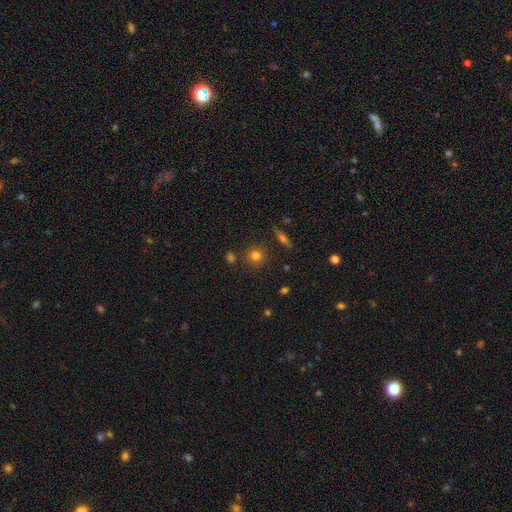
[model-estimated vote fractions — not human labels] Overall: smooth (76%). How rounded: round (91%). Merging: none (84%).